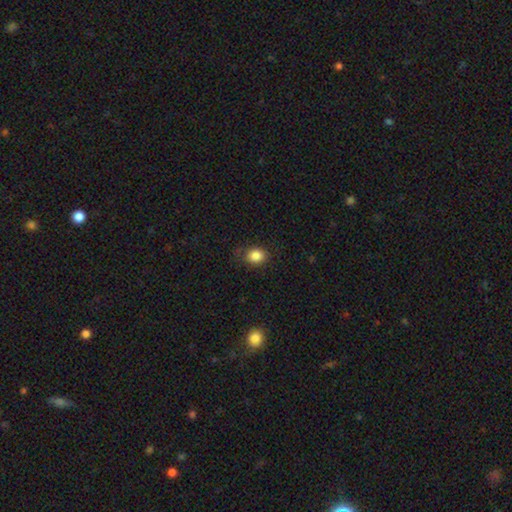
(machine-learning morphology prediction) This is clearly a smooth galaxy (85%). How rounded: possibly round (57%). Merging: likely none (79%).